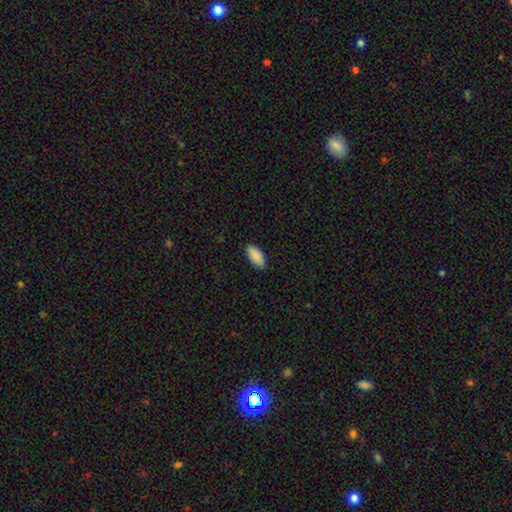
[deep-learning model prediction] The model was most divided on "merging": none: 86%, minor disturbance: 11%, major disturbance: 2%, merger: 1%. More confident: how rounded — in between (91%); smooth or featured — smooth (89%).